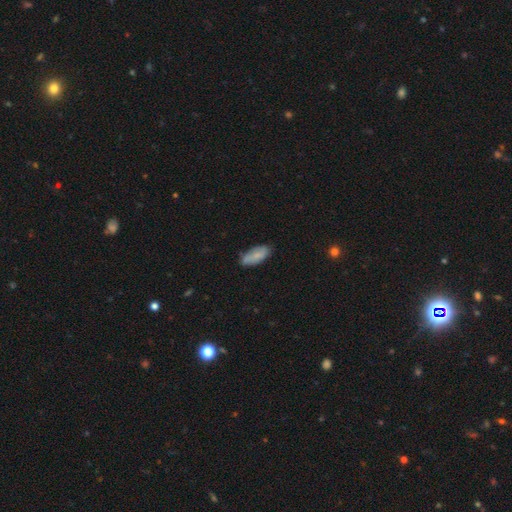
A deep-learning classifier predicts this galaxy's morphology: A smooth galaxy with no disk features (74%) that is in between round and cigar-shaped (81%).

Vote fractions:
- Smooth or featured? smooth: 74% / featured or disk: 19% / star or artifact: 7%
- How rounded? in between: 81% / cigar-shaped: 16% / round: 2%
- Merging? none: 73% / minor disturbance: 21% / major disturbance: 4% / merger: 2%